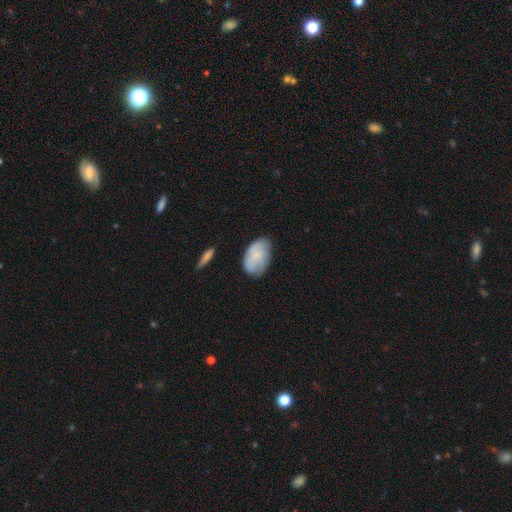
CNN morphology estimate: type=smooth (61%); roundness=in between (89%); merging=none (65%).